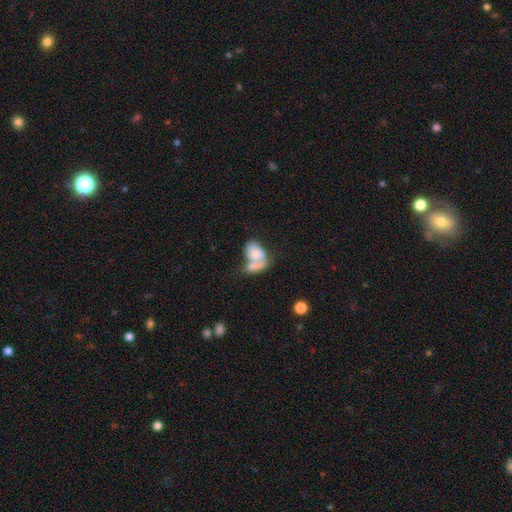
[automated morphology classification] A smooth galaxy with no disk features (70%) that is in between round and cigar-shaped (85%).

Vote fractions:
- Smooth or featured? smooth: 70% / featured or disk: 23% / star or artifact: 7%
- How rounded? in between: 85% / round: 14% / cigar-shaped: 2%
- Merging? merger: 66% / none: 15% / major disturbance: 10% / minor disturbance: 9%